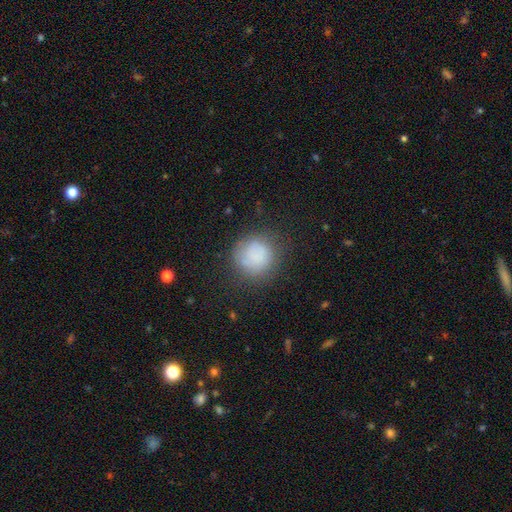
This is clearly a smooth galaxy (80%). How rounded: clearly round (94%). Merging: possibly none (59%).